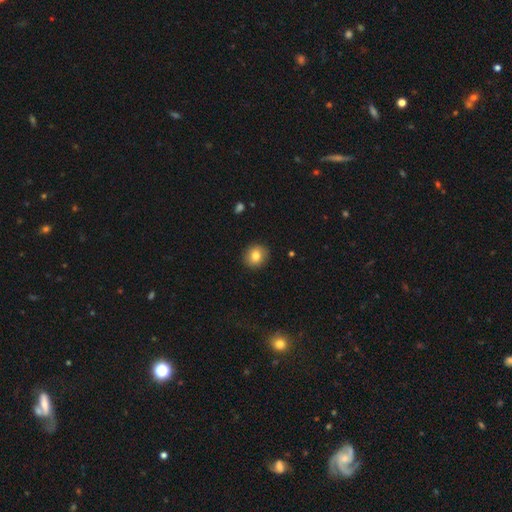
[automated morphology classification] A smooth galaxy with no disk features (81%) that is round (83%).

Vote fractions:
- Smooth or featured? smooth: 81% / featured or disk: 10% / star or artifact: 9%
- How rounded? round: 83% / in between: 16% / cigar-shaped: 1%
- Merging? none: 90% / minor disturbance: 7% / major disturbance: 2% / merger: 1%